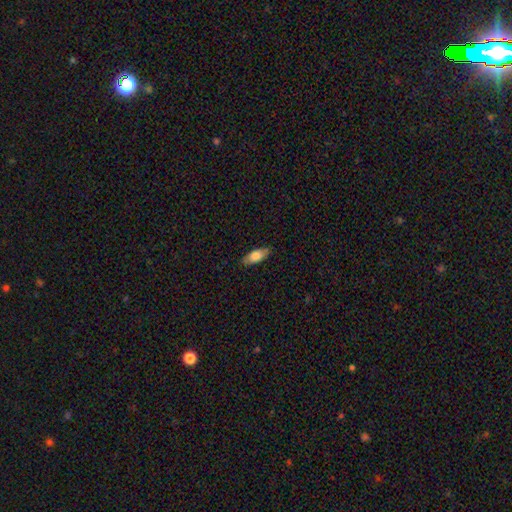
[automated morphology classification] The model was most divided on "how rounded": in between: 77%, cigar-shaped: 20%, round: 2%. More confident: merging — none (85%); smooth or featured — smooth (77%).